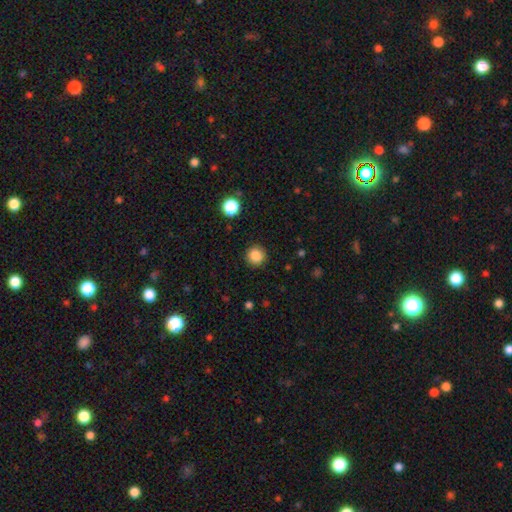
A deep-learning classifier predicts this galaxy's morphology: A smooth galaxy with no disk features (86%) that is round (94%).

Vote fractions:
- Smooth or featured? smooth: 86% / star or artifact: 10% / featured or disk: 3%
- How rounded? round: 94% / in between: 5% / cigar-shaped: 1%
- Merging? none: 91% / minor disturbance: 6% / major disturbance: 2% / merger: 1%